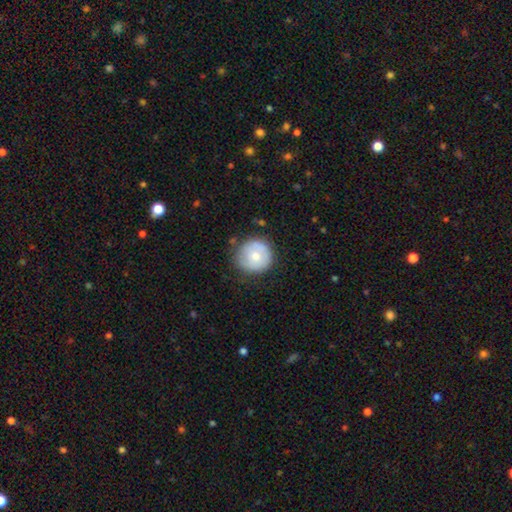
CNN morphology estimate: A smooth galaxy with no disk features (64%) that is round (94%).

Vote fractions:
- Smooth or featured? smooth: 64% / featured or disk: 30% / star or artifact: 6%
- How rounded? round: 94% / in between: 5% / cigar-shaped: 1%
- Merging? none: 75% / minor disturbance: 18% / major disturbance: 5% / merger: 2%